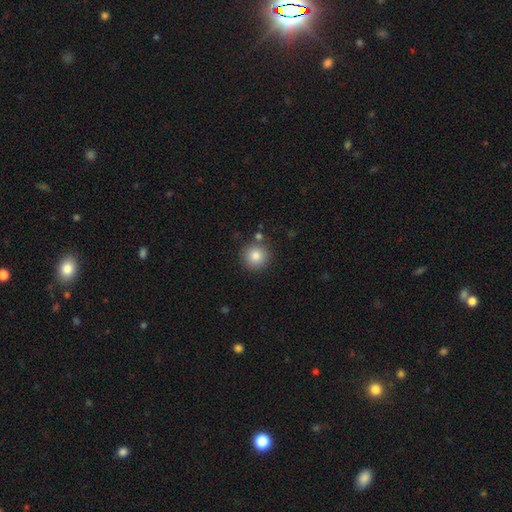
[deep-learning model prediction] Overall: smooth (83%). How rounded: round (94%). Merging: none (84%).